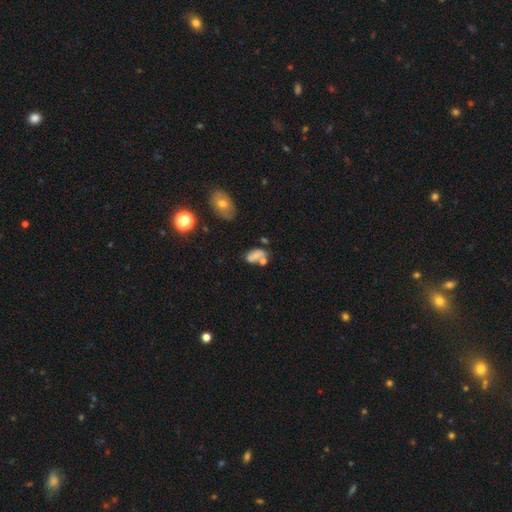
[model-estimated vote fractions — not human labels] A smooth galaxy with no disk features (67%) that is in between round and cigar-shaped (86%). Merging: none (40%).